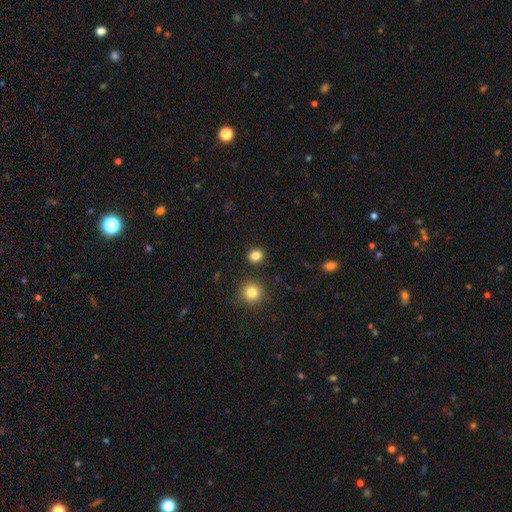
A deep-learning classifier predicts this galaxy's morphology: Smooth or featured: smooth — 84% (star or artifact — 12%)
How rounded: round — 72% (in between — 27%)
Merging: none — 89% (minor disturbance — 6%)